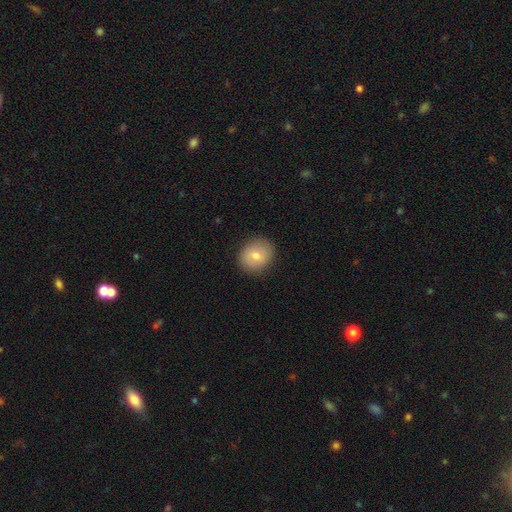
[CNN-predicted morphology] Smooth or featured? smooth (70%)
How rounded? round (68%)
Merging? none (88%)